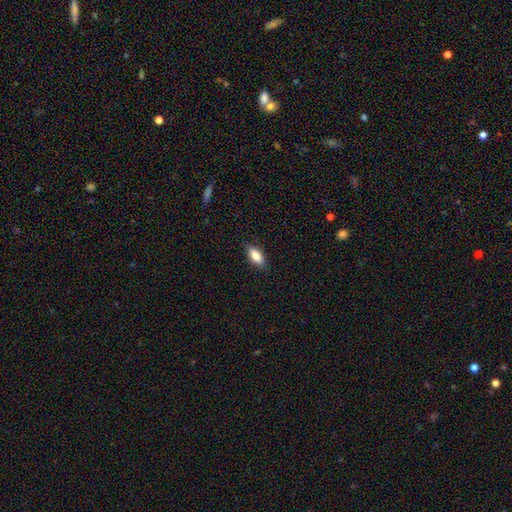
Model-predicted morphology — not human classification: Smooth or featured?
  - smooth: 85% *
  - featured or disk: 8%
  - star or artifact: 7%
How rounded?
  - in between: 86% *
  - cigar-shaped: 11%
  - round: 3%
Merging?
  - none: 85% *
  - minor disturbance: 12%
  - major disturbance: 2%
  - merger: 1%